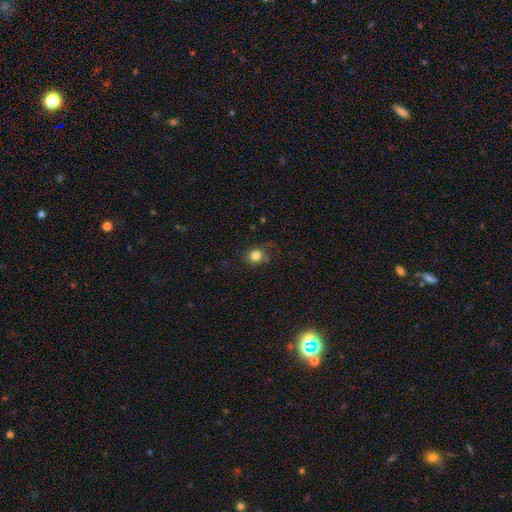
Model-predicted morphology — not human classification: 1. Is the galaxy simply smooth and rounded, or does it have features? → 81% smooth, 12% star or artifact, 7% featured or disk.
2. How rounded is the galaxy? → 81% round, 18% in between, 1% cigar-shaped.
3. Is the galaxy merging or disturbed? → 74% none, 17% minor disturbance, 7% major disturbance, 2% merger.